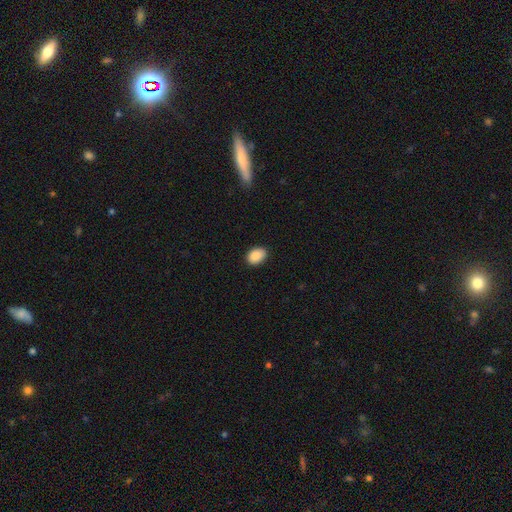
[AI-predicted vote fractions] smooth 89%, star or artifact 7%, featured or disk 4%. Down the decision tree: how rounded — in between (79%); merging — none (87%).